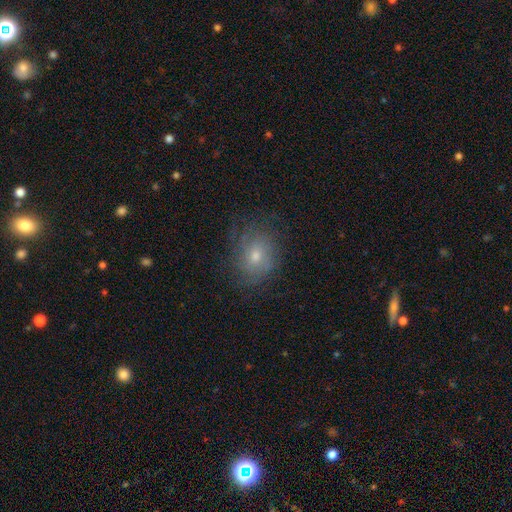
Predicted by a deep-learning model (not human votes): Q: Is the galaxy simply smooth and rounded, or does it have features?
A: smooth — 44%.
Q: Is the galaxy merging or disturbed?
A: none — 69%.